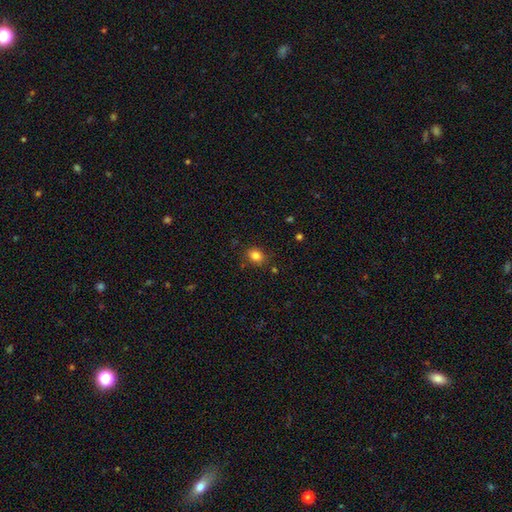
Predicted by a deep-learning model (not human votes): A smooth galaxy with no disk features (83%) that is in between round and cigar-shaped (53%).

Vote fractions:
- Smooth or featured? smooth: 83% / star or artifact: 11% / featured or disk: 6%
- How rounded? in between: 53% / round: 46% / cigar-shaped: 1%
- Merging? none: 82% / minor disturbance: 12% / major disturbance: 3% / merger: 3%